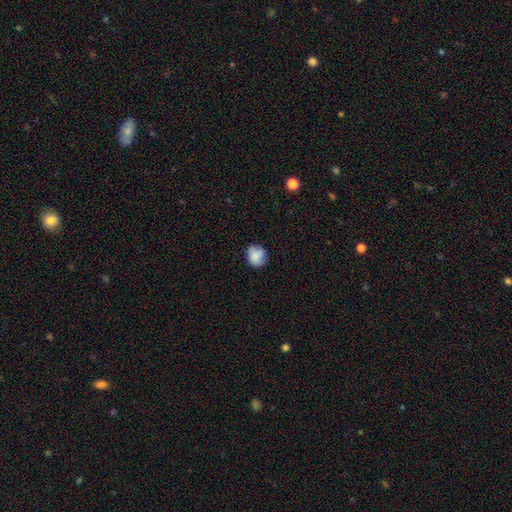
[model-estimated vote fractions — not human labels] smooth 82%, featured or disk 9%, star or artifact 8%. Down the decision tree: how rounded — round (75%); merging — none (73%).